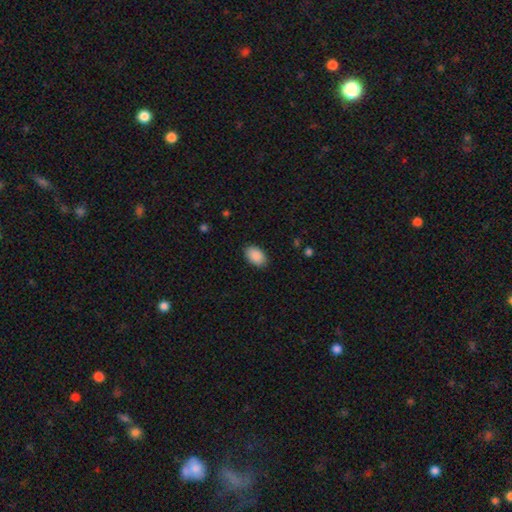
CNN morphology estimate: smooth_or_featured: smooth (p=0.91) [alt: star or artifact p=0.07]
how_rounded: in between (p=0.90) [alt: round p=0.09]
merging: none (p=0.87) [alt: minor disturbance p=0.09]